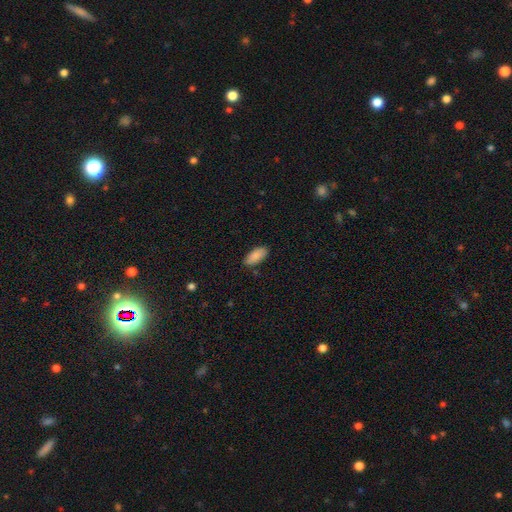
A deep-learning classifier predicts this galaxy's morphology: This is clearly a smooth galaxy (88%). How rounded: clearly in between (88%). Merging: clearly none (86%).